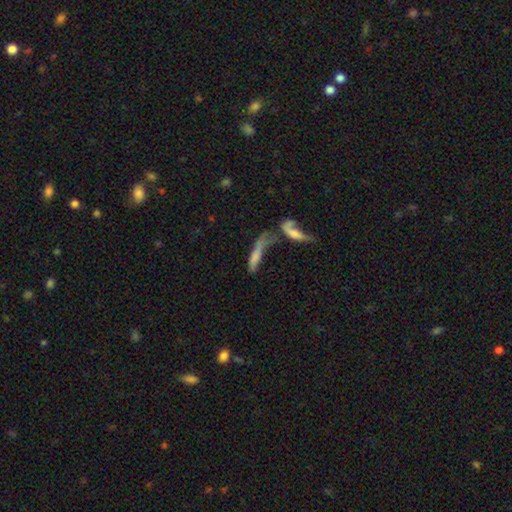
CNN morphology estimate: Smooth or featured: smooth — 63% (featured or disk — 26%)
How rounded: cigar-shaped — 73% (in between — 24%)
Merging: merger — 50% (major disturbance — 20%)